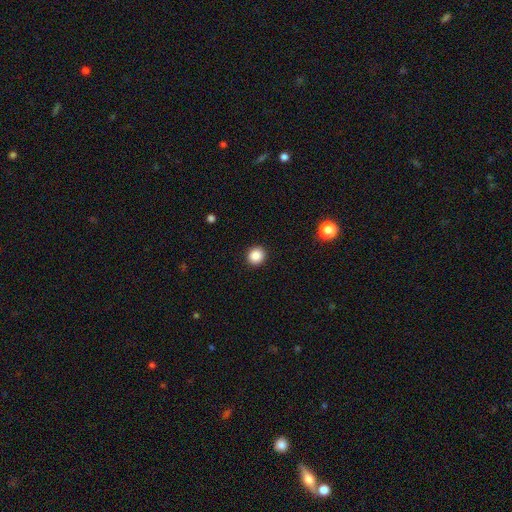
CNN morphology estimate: Q: Smooth or featured?
A: smooth (87%); runner-up: star or artifact (10%)
Q: How rounded?
A: round (91%); runner-up: in between (8%)
Q: Merging?
A: none (93%); runner-up: minor disturbance (5%)